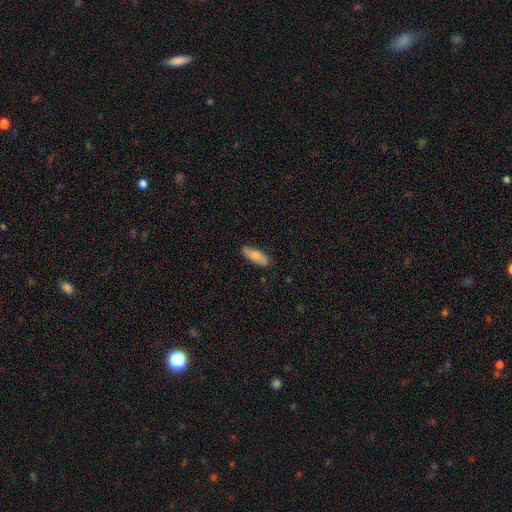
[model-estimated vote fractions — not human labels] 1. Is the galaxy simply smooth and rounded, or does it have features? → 75% smooth, 20% featured or disk, 6% star or artifact.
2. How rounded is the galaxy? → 64% in between, 34% cigar-shaped, 2% round.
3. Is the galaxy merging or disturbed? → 82% none, 14% minor disturbance, 2% major disturbance, 1% merger.